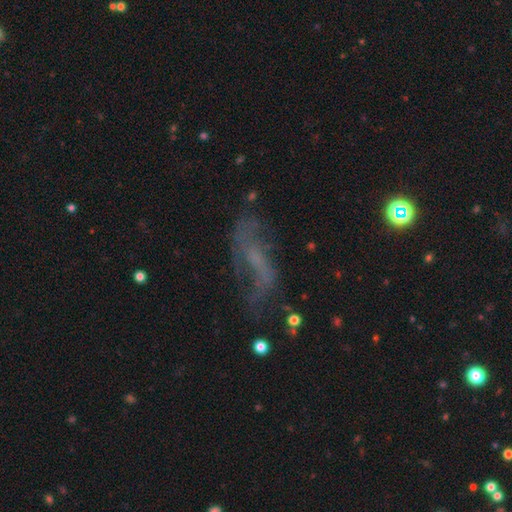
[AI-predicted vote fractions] Overall: featured or disk (58%; star or artifact 21%). Edge-on disk: no (82%). Merging: none (56%; major disturbance 19%).